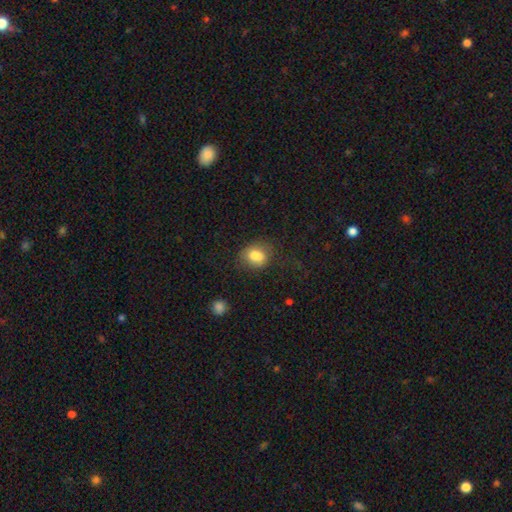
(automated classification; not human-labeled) smooth 81%, star or artifact 10%, featured or disk 9%. Down the decision tree: how rounded — in between (52%); merging — none (62%).